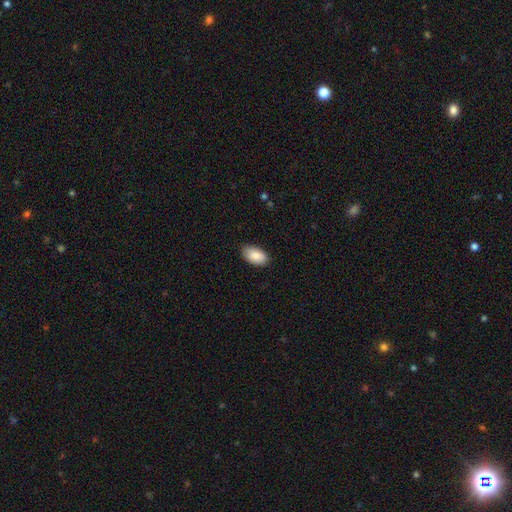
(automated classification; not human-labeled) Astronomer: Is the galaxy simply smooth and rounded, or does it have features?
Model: smooth — 88%.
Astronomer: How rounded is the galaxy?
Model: in between — 95%.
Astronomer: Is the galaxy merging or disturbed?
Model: none — 85%.